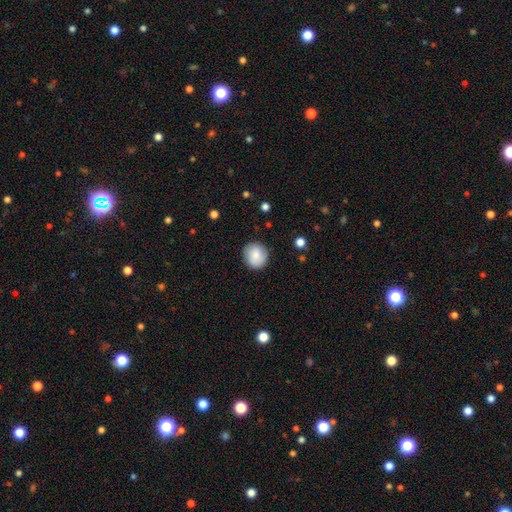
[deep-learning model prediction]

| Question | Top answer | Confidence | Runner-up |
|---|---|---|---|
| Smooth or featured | smooth | 84% | featured or disk (9%) |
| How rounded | round | 89% | in between (10%) |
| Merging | none | 87% | minor disturbance (9%) |